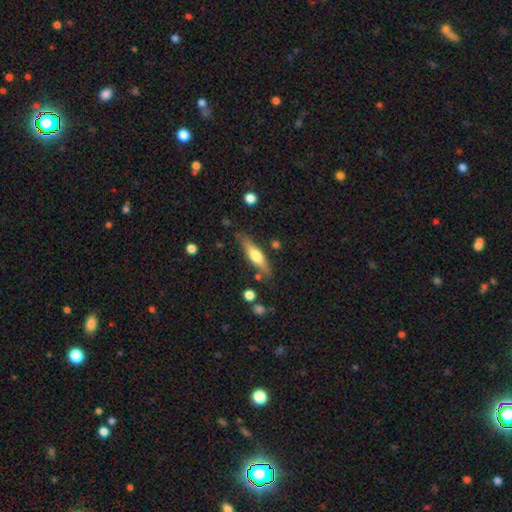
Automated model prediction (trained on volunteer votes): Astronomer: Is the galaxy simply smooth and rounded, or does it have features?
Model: featured or disk — 49% (runner-up: smooth, 45%).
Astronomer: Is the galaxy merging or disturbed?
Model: none — 80%.